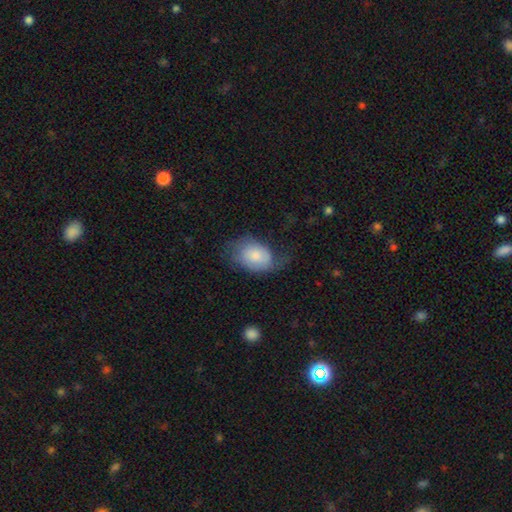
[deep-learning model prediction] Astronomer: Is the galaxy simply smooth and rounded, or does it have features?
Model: smooth — 68%.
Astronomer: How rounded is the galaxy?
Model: in between — 82%.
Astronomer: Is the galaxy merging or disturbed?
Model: none — 40% (runner-up: minor disturbance, 31%).